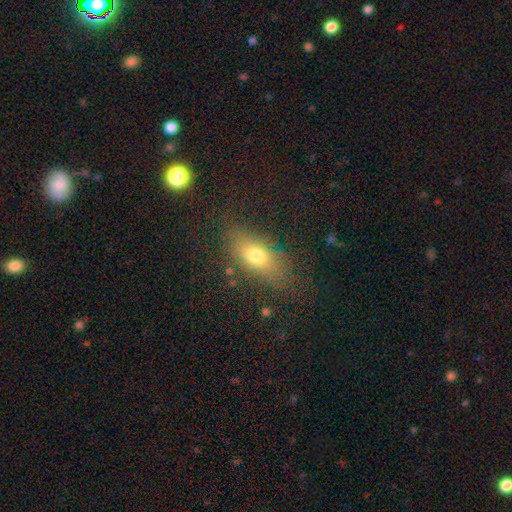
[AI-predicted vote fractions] This is likely a smooth galaxy (71%). How rounded: likely in between (77%). Merging: likely none (77%).